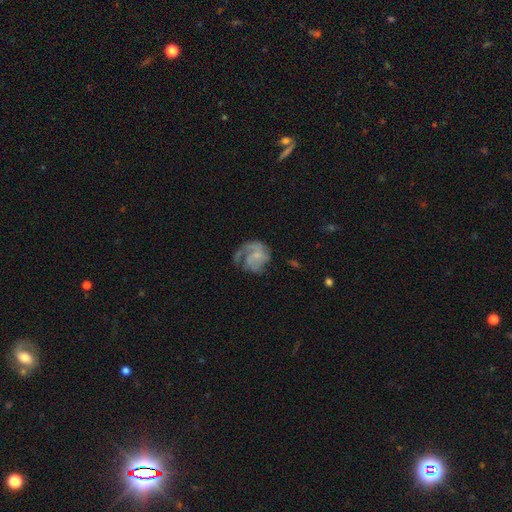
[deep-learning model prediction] Smooth or featured?
  - featured or disk: 63% *
  - smooth: 30%
  - star or artifact: 7%
Edge-on disk?
  - no: 98% *
  - yes: 2%
Bar?
  - no: 73% *
  - weak: 24%
  - strong: 3%
Spiral arms?
  - yes: 77% *
  - no: 23%
Bulge size?
  - small: 55% *
  - none: 22%
  - moderate: 20%
  - large: 3%
  - dominant: 1%
Merging?
  - none: 41% *
  - major disturbance: 36%
  - minor disturbance: 21%
  - merger: 3%